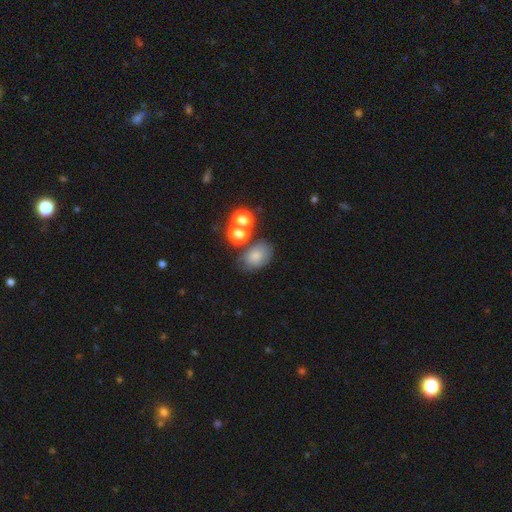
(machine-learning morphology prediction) type=smooth (75%); roundness=in between (77%); merging=none (60%).